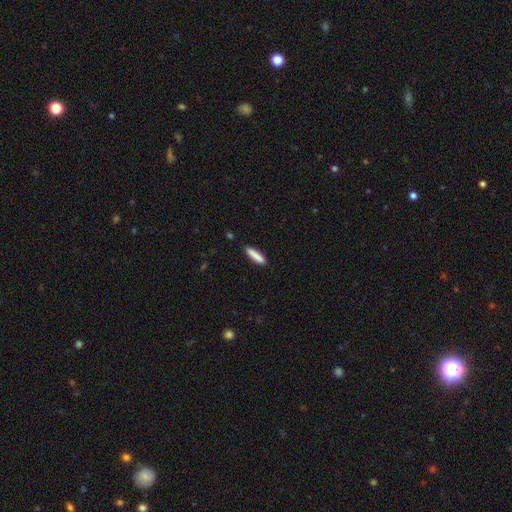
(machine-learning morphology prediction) A smooth galaxy with no disk features (85%) that is cigar-shaped (84%).

Vote fractions:
- Smooth or featured? smooth: 85% / featured or disk: 9% / star or artifact: 6%
- How rounded? cigar-shaped: 84% / in between: 14% / round: 1%
- Merging? none: 88% / minor disturbance: 9% / major disturbance: 2% / merger: 1%